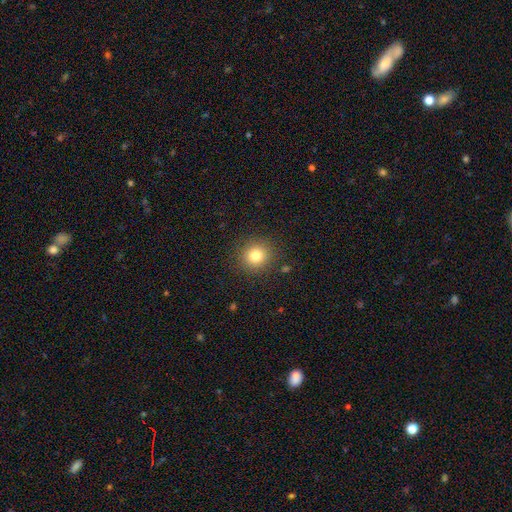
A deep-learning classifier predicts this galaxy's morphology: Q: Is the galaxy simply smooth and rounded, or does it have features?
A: smooth — 80%.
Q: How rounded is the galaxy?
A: round — 90%.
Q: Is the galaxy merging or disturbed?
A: none — 89%.